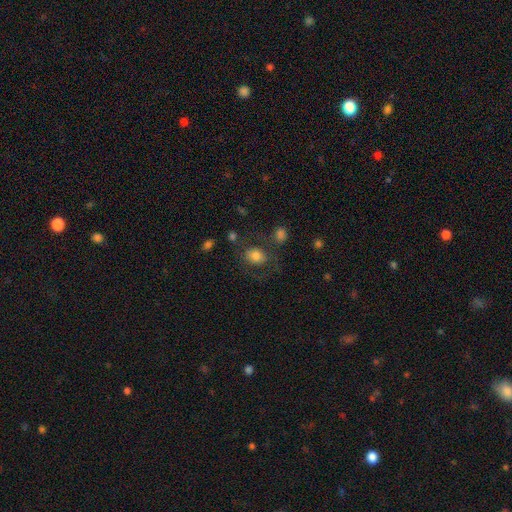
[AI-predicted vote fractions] This is likely a smooth galaxy (74%). How rounded: possibly in between (52%). Merging: likely none (65%).